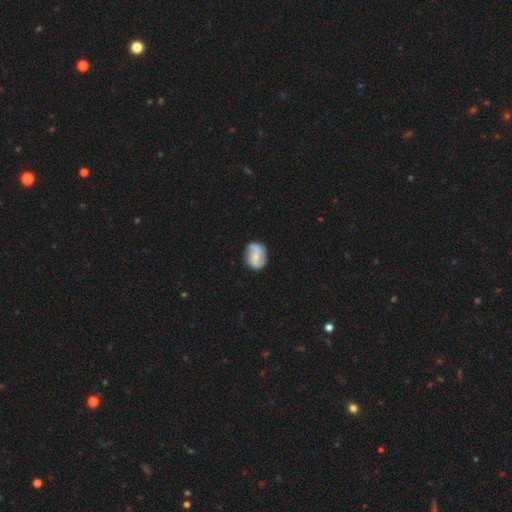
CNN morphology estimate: This appears to be a featured or disk galaxy (65%) with no bar (46%), 2 (84%) medium (41%) spiral arms (89%) and a small central bulge (57%). Merging: none (73%).